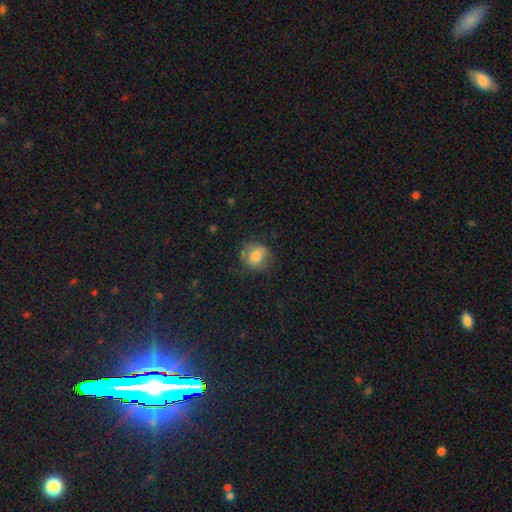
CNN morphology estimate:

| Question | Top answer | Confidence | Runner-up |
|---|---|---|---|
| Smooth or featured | smooth | 70% | featured or disk (21%) |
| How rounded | round | 69% | in between (30%) |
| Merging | none | 62% | minor disturbance (24%) |